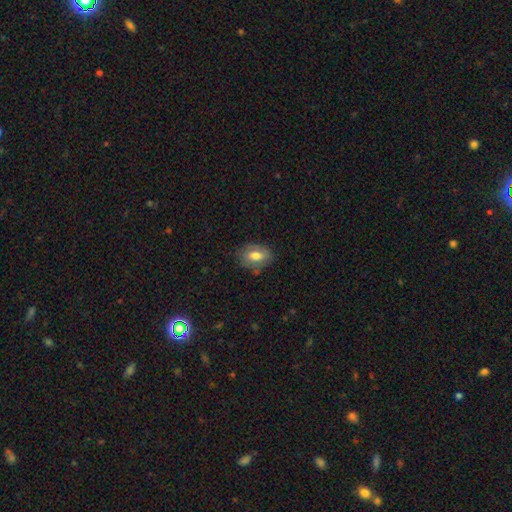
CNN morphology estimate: Smooth or featured? Predicted: smooth (p=0.67). How rounded? Predicted: in between (p=0.83). Merging? Predicted: none (p=0.74).